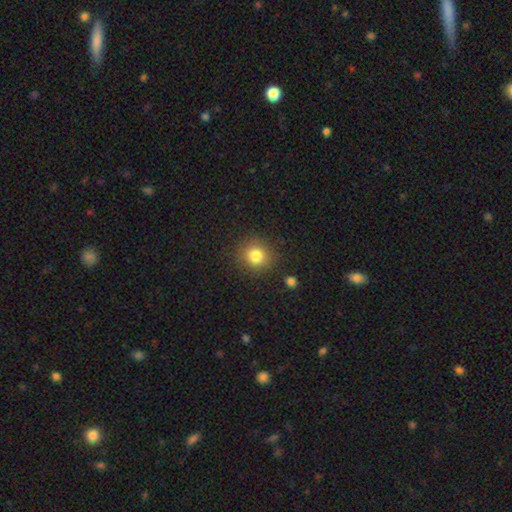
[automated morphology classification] A smooth galaxy with no disk features (81%) that is round (89%).

Vote fractions:
- Smooth or featured? smooth: 81% / star or artifact: 12% / featured or disk: 7%
- How rounded? round: 89% / in between: 10% / cigar-shaped: 1%
- Merging? none: 86% / minor disturbance: 8% / major disturbance: 3% / merger: 2%